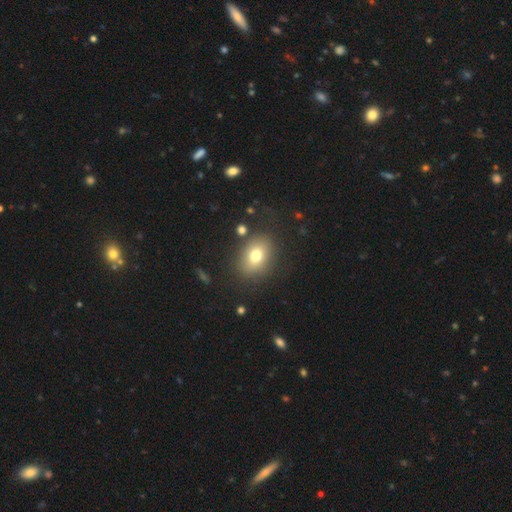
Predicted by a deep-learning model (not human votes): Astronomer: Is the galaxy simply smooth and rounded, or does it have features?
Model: smooth — 74%.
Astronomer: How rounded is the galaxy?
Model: in between — 67%.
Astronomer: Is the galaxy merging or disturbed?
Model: none — 80%.